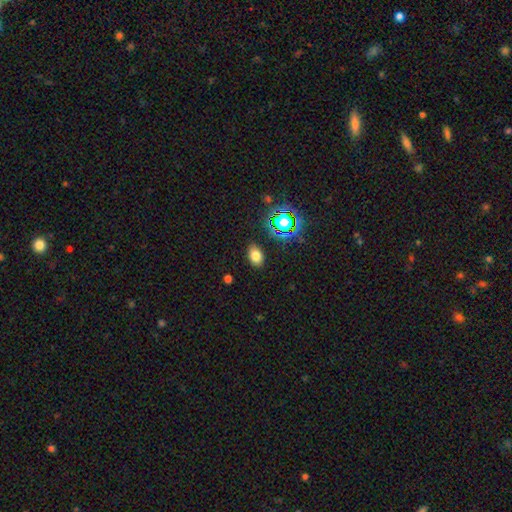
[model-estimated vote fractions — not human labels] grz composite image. It shows a smooth galaxy with no disk features (74%) that is in between round and cigar-shaped (83%). Merging: none (86%).